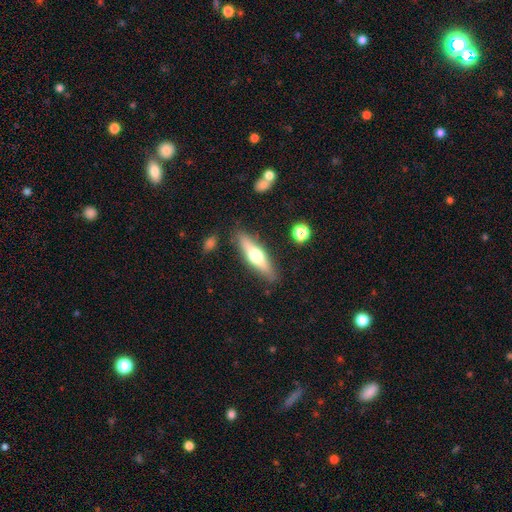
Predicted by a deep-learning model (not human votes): Morphology: type=featured or disk (49%); merging=none (84%).